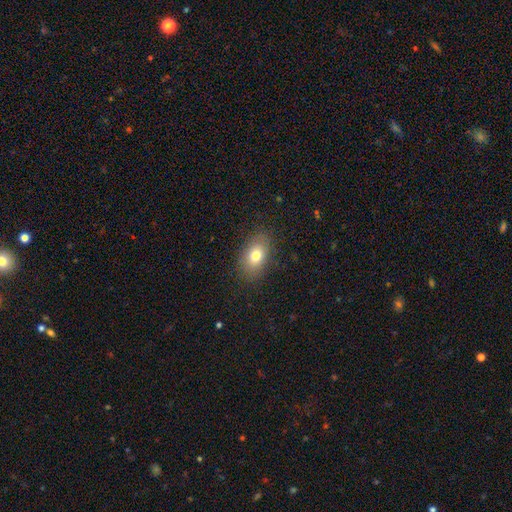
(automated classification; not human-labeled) Q: Smooth or featured?
A: smooth (77%); runner-up: featured or disk (13%)
Q: How rounded?
A: in between (84%); runner-up: round (14%)
Q: Merging?
A: none (85%); runner-up: minor disturbance (11%)